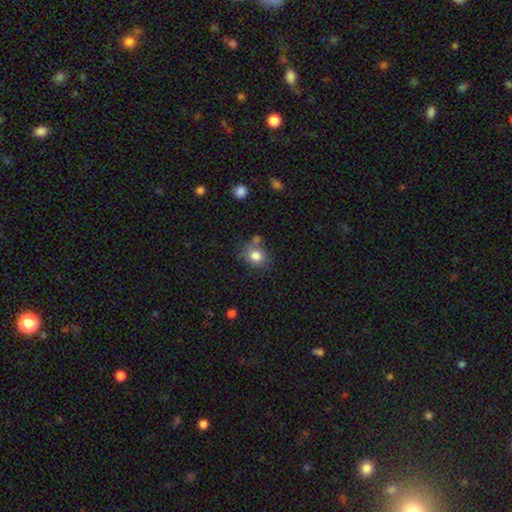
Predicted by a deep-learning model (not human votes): Morphology: type=smooth (81%); roundness=round (75%); merging=none (61%).